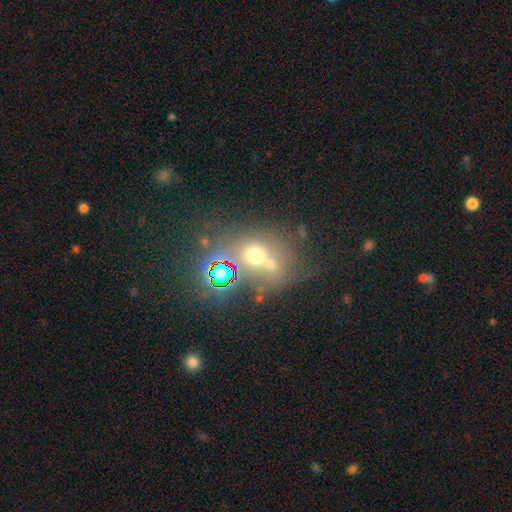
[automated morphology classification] smooth-or-featured: smooth: 54% | star or artifact: 30% | featured or disk: 17%
  how-rounded: round: 70% | in between: 29% | cigar-shaped: 1%
  merging: none: 45% | merger: 38% | minor disturbance: 10% | major disturbance: 7%